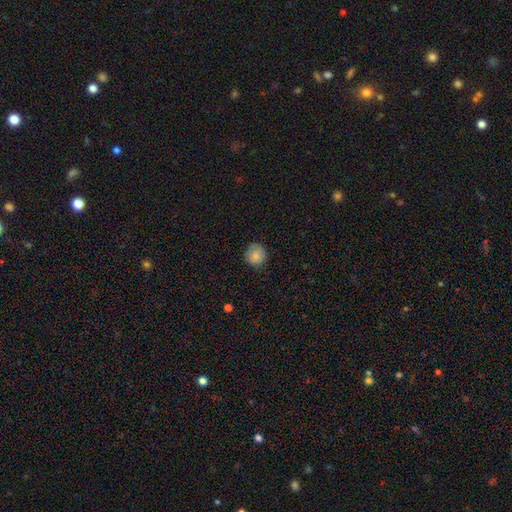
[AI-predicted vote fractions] Smooth or featured: smooth — 82% (featured or disk — 9%)
How rounded: round — 92% (in between — 7%)
Merging: none — 83% (minor disturbance — 14%)